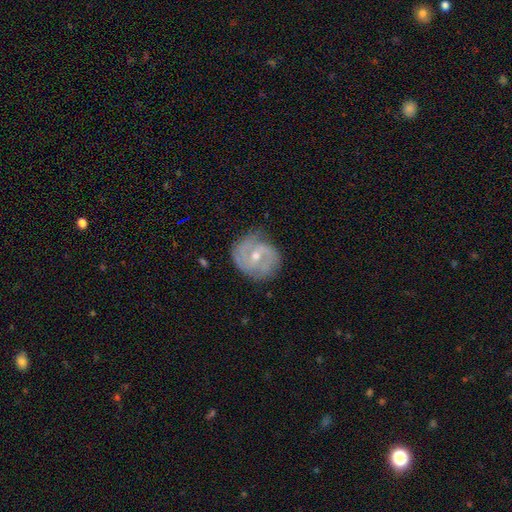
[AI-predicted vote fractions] The model was most divided on "bar" (2-way tie): no: 44%, weak: 44%, strong: 12%. Remaining: edge-on disk — no (97%); spiral arms — yes (90%); smooth or featured — featured or disk (78%); merging — none (69%); bulge size — moderate (57%); spiral arm count — 2 (51%); spiral winding — tight (48%).